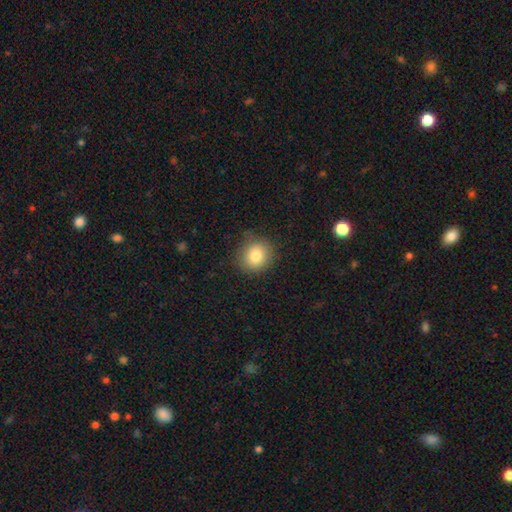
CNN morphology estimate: Smooth or featured: smooth — 81% (star or artifact — 10%)
How rounded: round — 85% (in between — 14%)
Merging: none — 84% (minor disturbance — 12%)